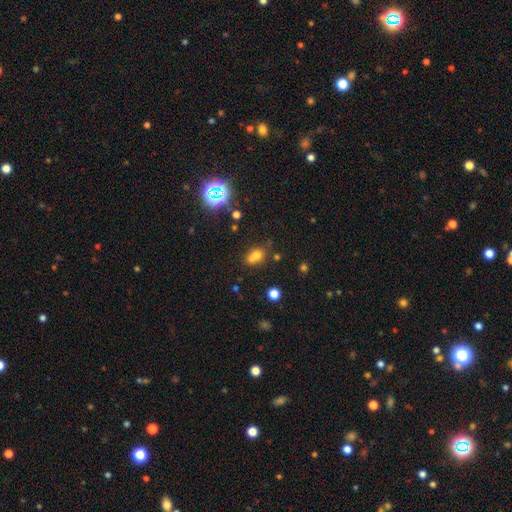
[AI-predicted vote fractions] A smooth galaxy with no disk features (67%) that is in between round and cigar-shaped (59%). Merging: none (45%).